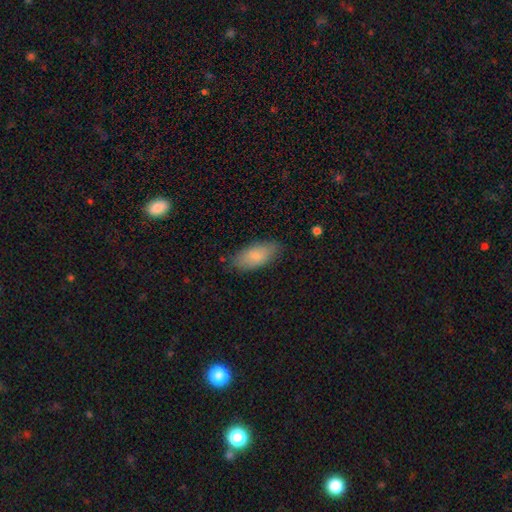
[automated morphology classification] Q: Smooth or featured?
A: smooth (82%); runner-up: featured or disk (12%)
Q: How rounded?
A: in between (85%); runner-up: cigar-shaped (13%)
Q: Merging?
A: none (80%); runner-up: minor disturbance (15%)